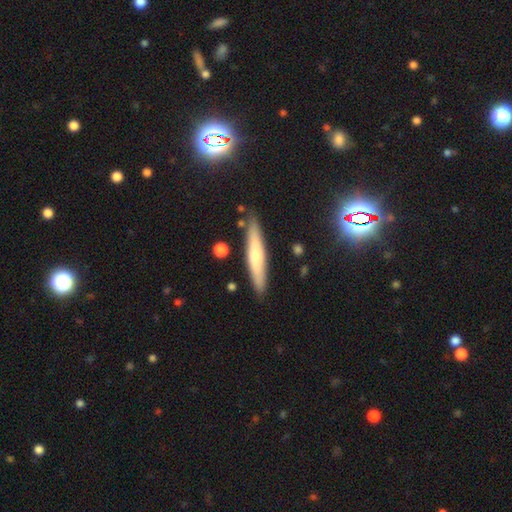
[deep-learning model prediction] Q: Smooth or featured?
A: smooth (56%); runner-up: featured or disk (38%)
Q: How rounded?
A: cigar-shaped (90%); runner-up: in between (8%)
Q: Merging?
A: none (87%); runner-up: minor disturbance (9%)